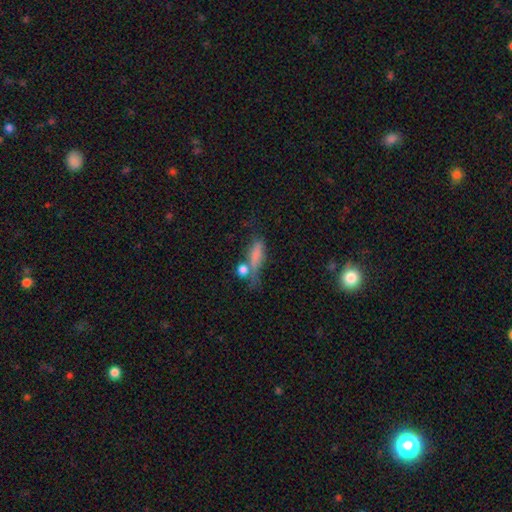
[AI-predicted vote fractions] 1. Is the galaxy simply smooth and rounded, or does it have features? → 69% smooth, 18% featured or disk, 13% star or artifact.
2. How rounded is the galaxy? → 49% cigar-shaped, 43% in between, 8% round.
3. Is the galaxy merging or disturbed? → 39% none, 23% merger, 21% minor disturbance, 17% major disturbance.